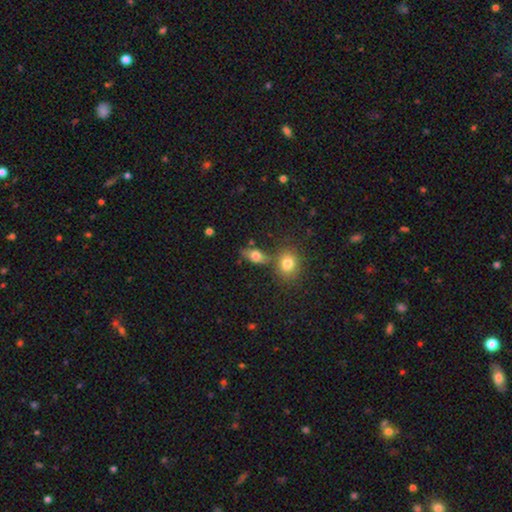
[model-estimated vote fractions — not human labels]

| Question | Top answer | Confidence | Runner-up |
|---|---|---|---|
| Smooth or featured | smooth | 73% | featured or disk (16%) |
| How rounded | in between | 76% | round (16%) |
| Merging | none | 64% | merger (18%) |